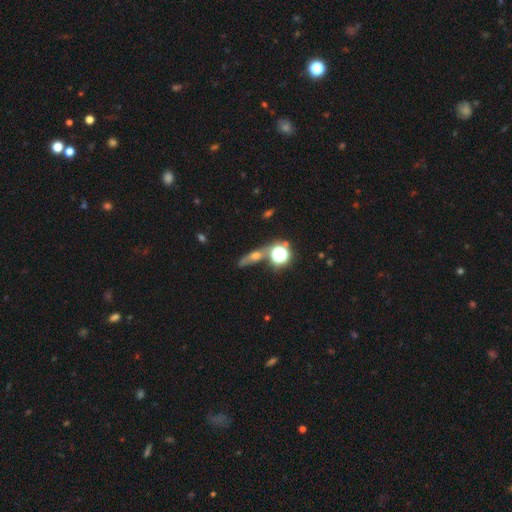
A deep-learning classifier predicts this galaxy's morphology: Smooth or featured? smooth (38%)
Merging? none (64%)